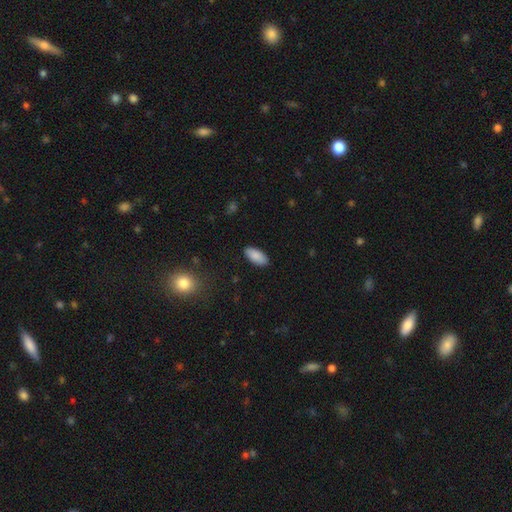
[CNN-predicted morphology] This appears to be a smooth galaxy with no disk features (88%) that is in between round and cigar-shaped (90%). Merging: none (88%).